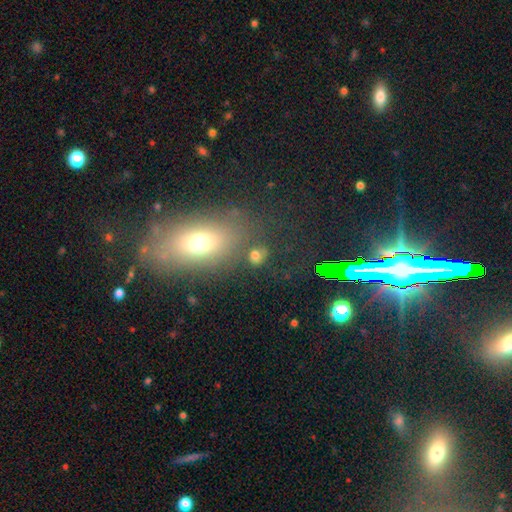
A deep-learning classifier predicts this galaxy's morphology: smooth-or-featured: smooth: 69% | star or artifact: 20% | featured or disk: 11%
  how-rounded: round: 56% | in between: 42% | cigar-shaped: 2%
  merging: none: 67% | minor disturbance: 13% | merger: 12% | major disturbance: 8%